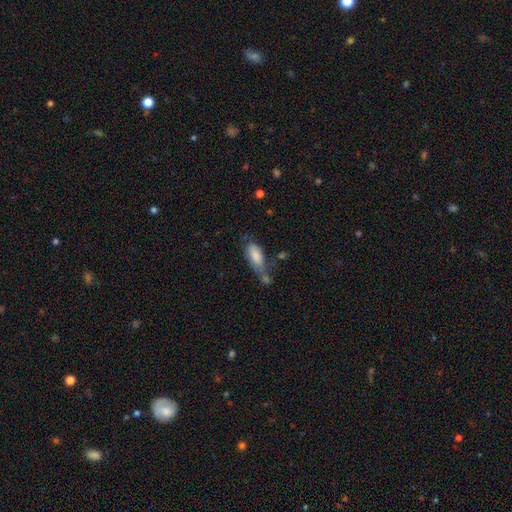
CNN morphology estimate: type=smooth (81%); roundness=in between (81%); merging=none (38%).